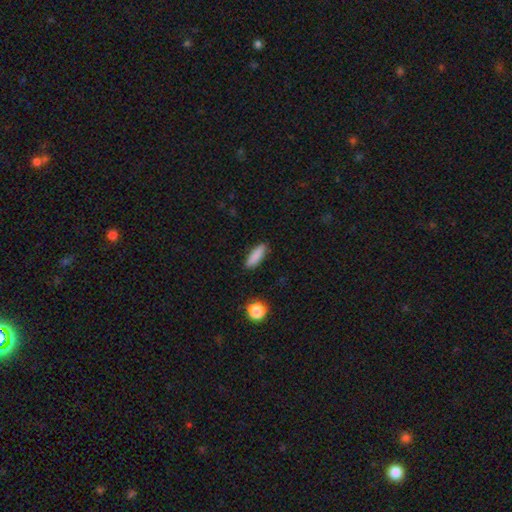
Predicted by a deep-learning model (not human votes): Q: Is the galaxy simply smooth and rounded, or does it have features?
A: smooth — 86%.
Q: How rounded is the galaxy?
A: cigar-shaped — 50%.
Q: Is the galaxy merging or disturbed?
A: none — 87%.